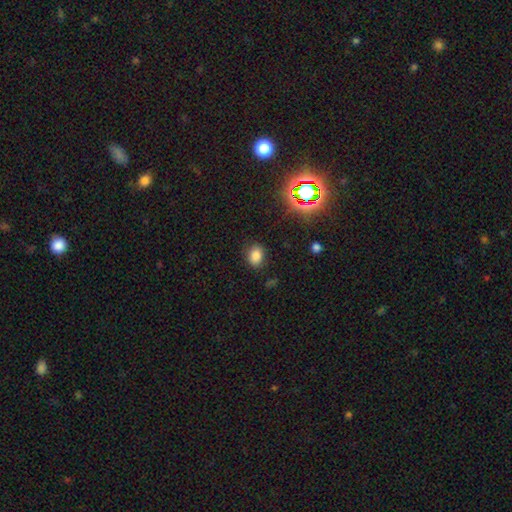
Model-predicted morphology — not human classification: A smooth galaxy with no disk features (79%) that is in between round and cigar-shaped (67%).

Vote fractions:
- Smooth or featured? smooth: 79% / star or artifact: 15% / featured or disk: 6%
- How rounded? in between: 67% / round: 32% / cigar-shaped: 1%
- Merging? none: 82% / minor disturbance: 12% / major disturbance: 4% / merger: 2%